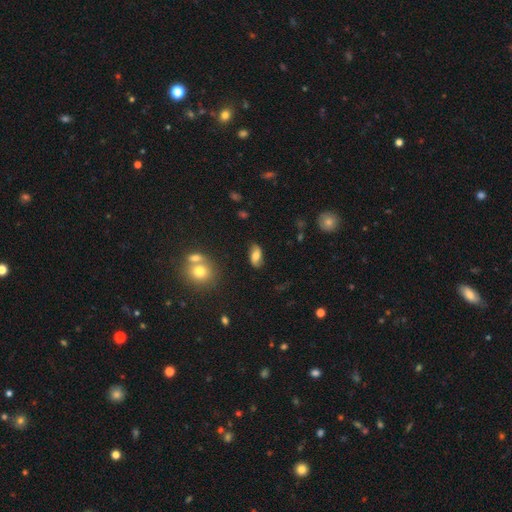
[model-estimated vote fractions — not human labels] This is likely a smooth galaxy (62%). How rounded: clearly in between (88%). Merging: likely none (78%).